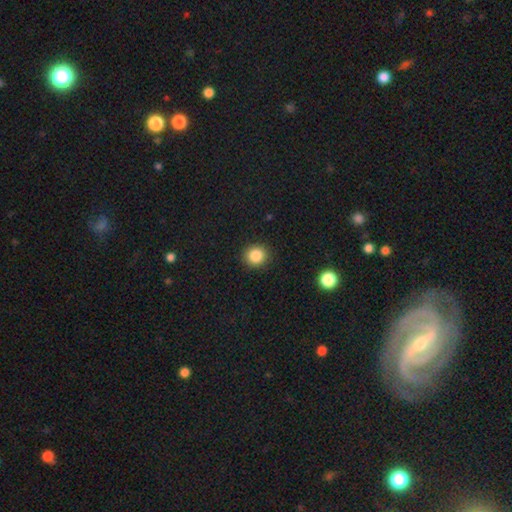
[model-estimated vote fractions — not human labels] Morphology: type=smooth (86%); roundness=round (88%); merging=none (91%).